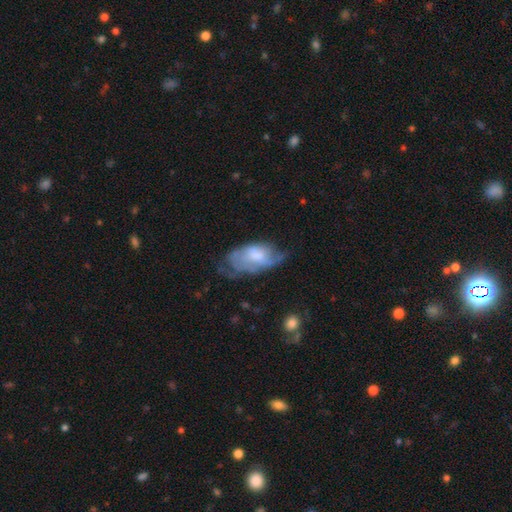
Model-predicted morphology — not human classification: A smooth galaxy with no disk features (47%).

Vote fractions:
- Smooth or featured? smooth: 47% / featured or disk: 46% / star or artifact: 7%
- Merging? none: 34% (tied) / minor disturbance: 34% (tied) / major disturbance: 30% / merger: 3%